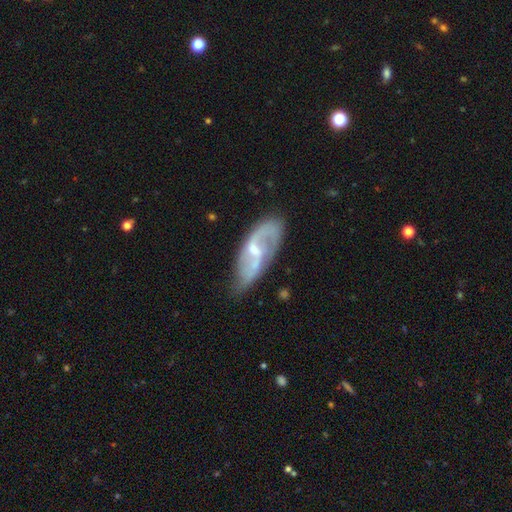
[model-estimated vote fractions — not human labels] A featured or disk galaxy (78%) with a weak bar (46%), 2 (79%) loose (47%) spiral arms (90%) and a small central bulge (56%). Merging: none (68%).